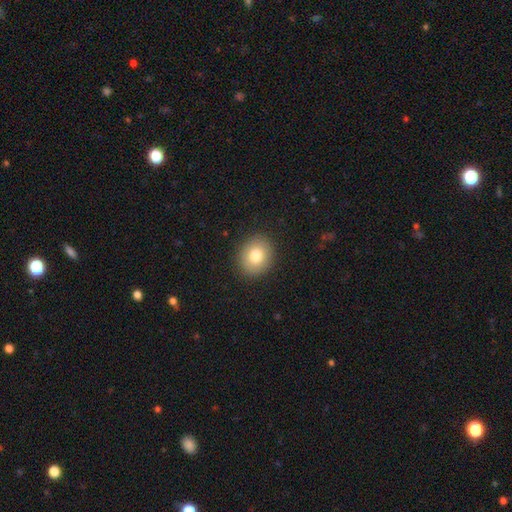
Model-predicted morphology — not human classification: Smooth or featured? Predicted: smooth (p=0.80). How rounded? Predicted: round (p=0.63). Merging? Predicted: none (p=0.90).